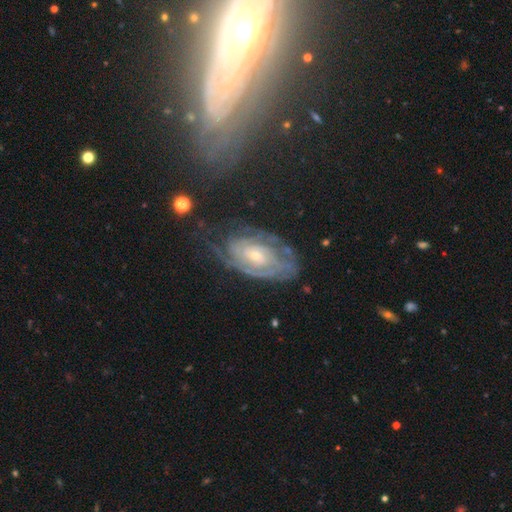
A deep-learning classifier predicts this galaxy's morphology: Q: Smooth or featured?
A: featured or disk (82%); runner-up: smooth (11%)
Q: Edge-on disk?
A: no (94%); runner-up: yes (6%)
Q: Bar?
A: no (68%); runner-up: weak (25%)
Q: Spiral arms?
A: yes (91%); runner-up: no (9%)
Q: Spiral winding?
A: tight (73%); runner-up: medium (21%)
Q: Spiral arm count?
A: can't tell (47%); runner-up: 2 (23%)
Q: Bulge size?
A: small (68%); runner-up: moderate (27%)
Q: Merging?
A: none (65%); runner-up: minor disturbance (22%)